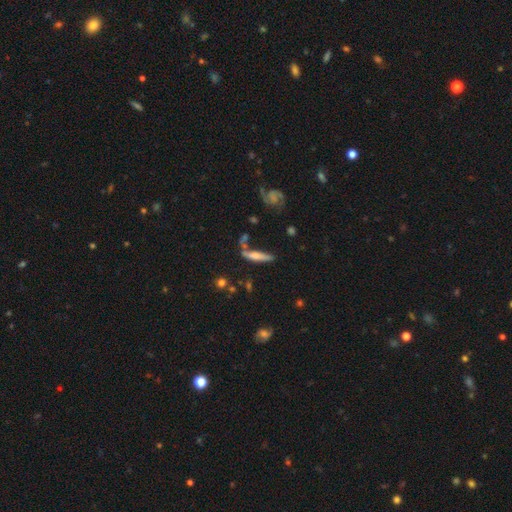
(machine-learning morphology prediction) A smooth galaxy with no disk features (55%) that is cigar-shaped (81%).

Vote fractions:
- Smooth or featured? smooth: 55% / featured or disk: 36% / star or artifact: 8%
- How rounded? cigar-shaped: 81% / in between: 17% / round: 2%
- Merging? none: 53% / minor disturbance: 20% / merger: 18% / major disturbance: 9%